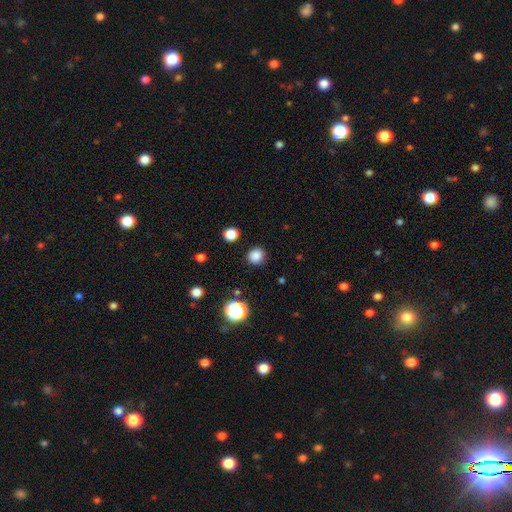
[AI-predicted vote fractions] Smooth or featured: smooth — 83% (star or artifact — 13%)
How rounded: round — 90% (in between — 9%)
Merging: none — 89% (minor disturbance — 7%)